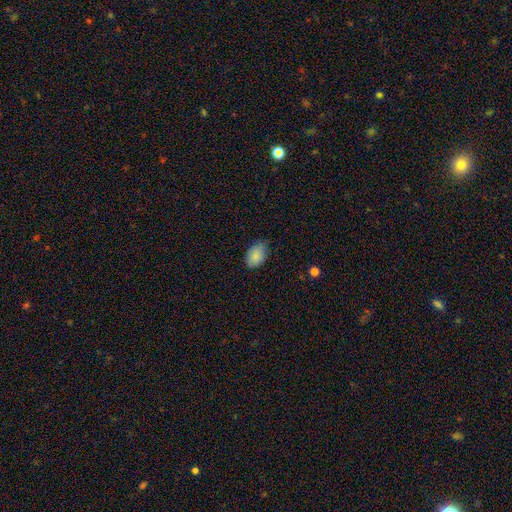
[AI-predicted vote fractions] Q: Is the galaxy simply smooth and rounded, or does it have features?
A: smooth — 86%.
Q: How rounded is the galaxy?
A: in between — 87%.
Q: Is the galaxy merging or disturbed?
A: none — 72%.